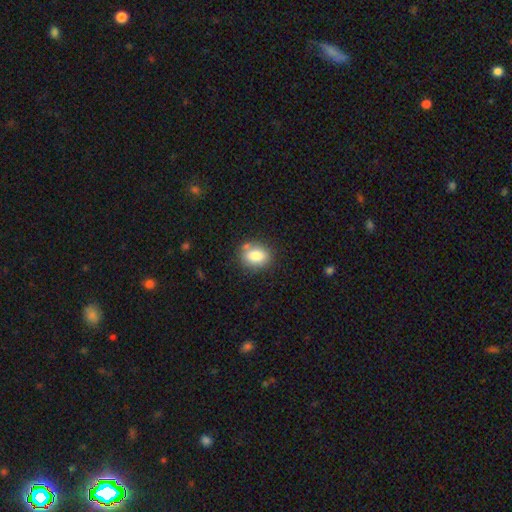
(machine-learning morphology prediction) Smooth or featured?
  - smooth: 81% *
  - featured or disk: 10%
  - star or artifact: 9%
How rounded?
  - in between: 53% *
  - round: 46%
  - cigar-shaped: 1%
Merging?
  - none: 75% *
  - minor disturbance: 14%
  - merger: 7%
  - major disturbance: 4%